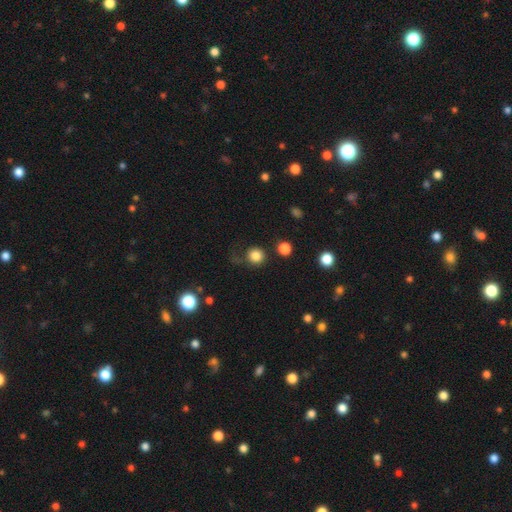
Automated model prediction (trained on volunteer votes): Q: Smooth or featured?
A: smooth (83%); runner-up: star or artifact (11%)
Q: How rounded?
A: round (92%); runner-up: in between (7%)
Q: Merging?
A: none (73%); runner-up: minor disturbance (14%)